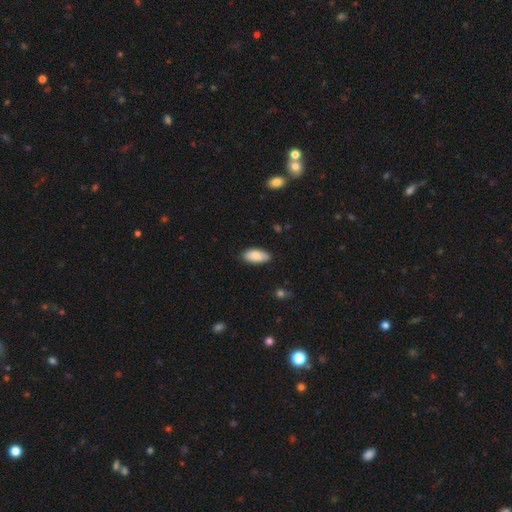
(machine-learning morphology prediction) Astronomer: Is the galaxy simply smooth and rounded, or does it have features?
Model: smooth — 86%.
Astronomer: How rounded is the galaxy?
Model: in between — 92%.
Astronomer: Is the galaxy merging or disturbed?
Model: none — 82%.